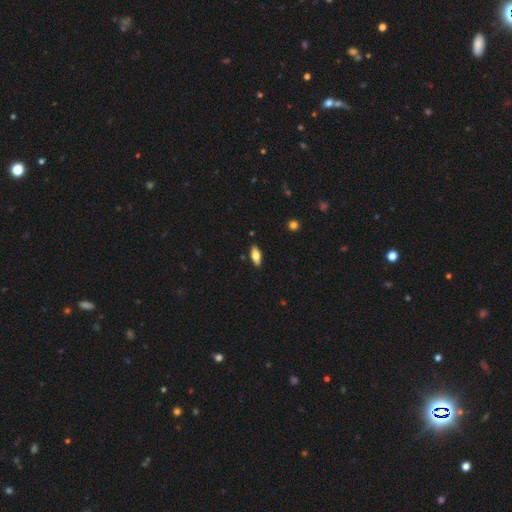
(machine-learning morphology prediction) Q: Smooth or featured?
A: smooth (69%); runner-up: featured or disk (24%)
Q: How rounded?
A: in between (79%); runner-up: cigar-shaped (19%)
Q: Merging?
A: none (88%); runner-up: minor disturbance (9%)